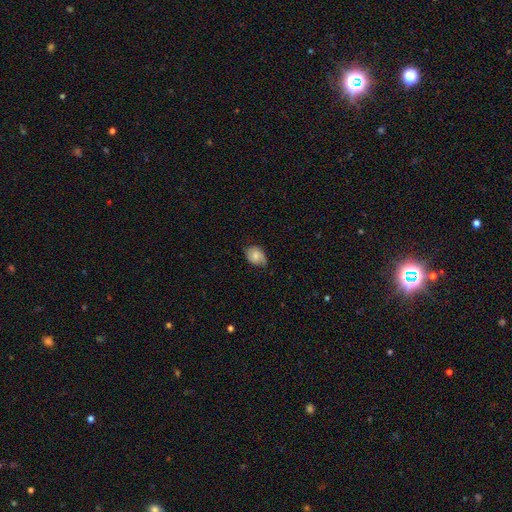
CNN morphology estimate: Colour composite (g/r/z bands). It shows a smooth galaxy with no disk features (57%) that is in between round and cigar-shaped (69%). Merging: none (62%).